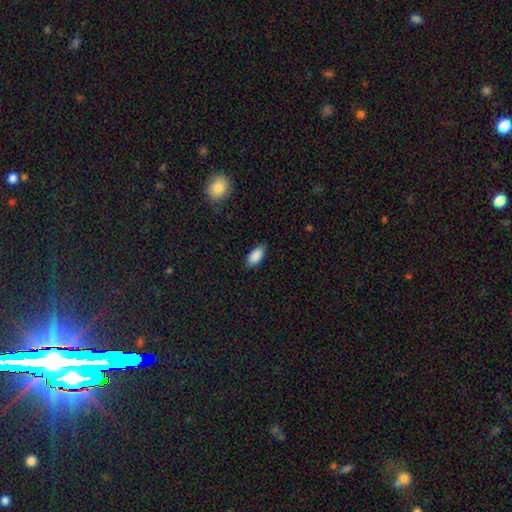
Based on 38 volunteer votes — Morphology: type=smooth (87%); roundness=in between (97%); merging=none (69%).